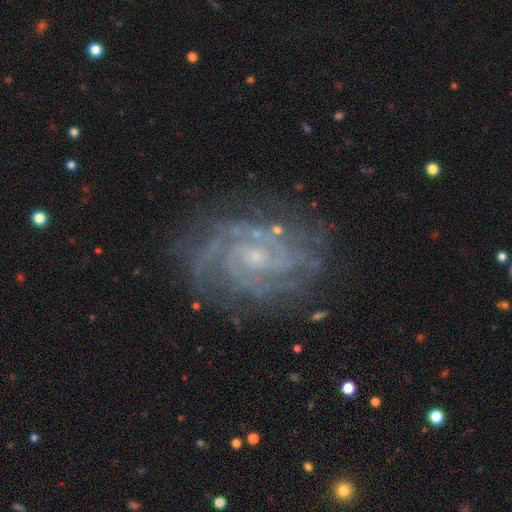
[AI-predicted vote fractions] This appears to be a featured or disk galaxy (88%) with no bar (58%), 2 (28%) tight (67%) spiral arms (97%) and a small central bulge (71%). Merging: none (78%).